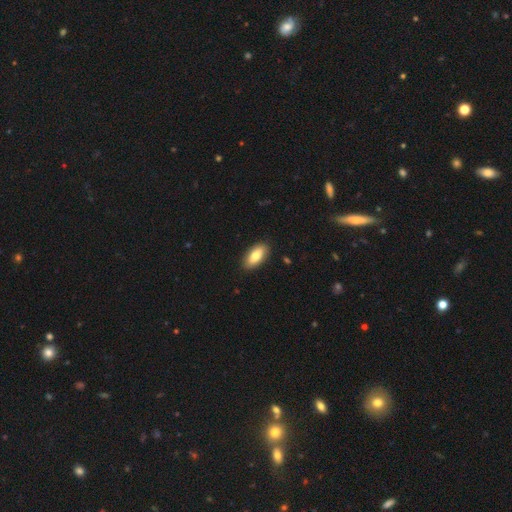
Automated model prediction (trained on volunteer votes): Overall: smooth (78%). How rounded: in between (90%). Merging: none (89%).